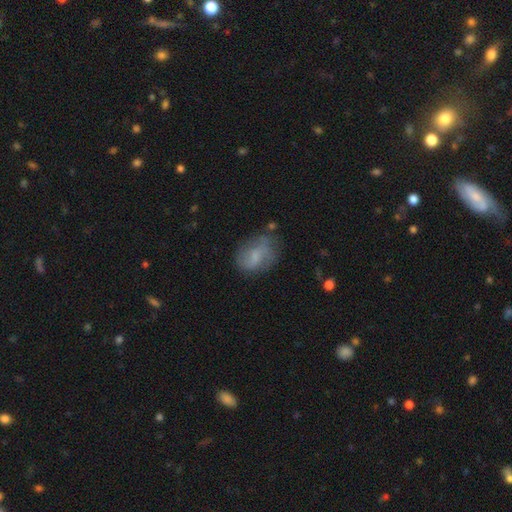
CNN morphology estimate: This appears to be a smooth galaxy with no disk features (54%) that is in between round and cigar-shaped (75%). Merging: none (56%).